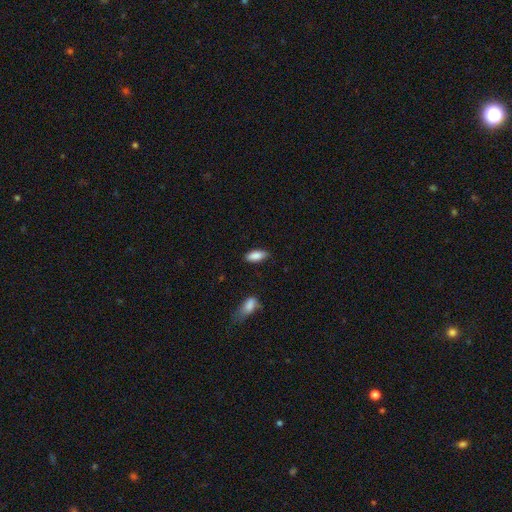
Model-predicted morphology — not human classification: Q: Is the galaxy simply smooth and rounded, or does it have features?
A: smooth — 87%.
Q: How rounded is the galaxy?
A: in between — 83%.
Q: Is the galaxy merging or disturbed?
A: none — 81%.